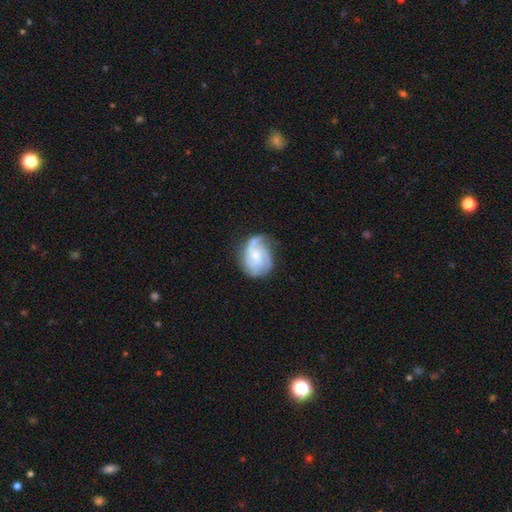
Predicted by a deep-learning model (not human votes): Q: Smooth or featured?
A: featured or disk (75%); runner-up: smooth (20%)
Q: Edge-on disk?
A: no (98%); runner-up: yes (2%)
Q: Bar?
A: no (62%); runner-up: weak (33%)
Q: Spiral arms?
A: yes (92%); runner-up: no (8%)
Q: Spiral winding?
A: medium (42%); runner-up: tight (39%)
Q: Spiral arm count?
A: 3 (37%); runner-up: 2 (23%)
Q: Bulge size?
A: moderate (51%); runner-up: small (37%)
Q: Merging?
A: none (56%); runner-up: minor disturbance (28%)